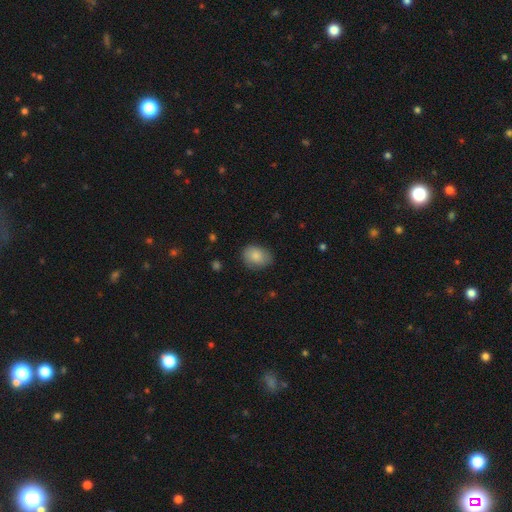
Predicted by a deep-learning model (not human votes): This appears to be a smooth galaxy with no disk features (85%) that is in between round and cigar-shaped (60%). Merging: none (78%).